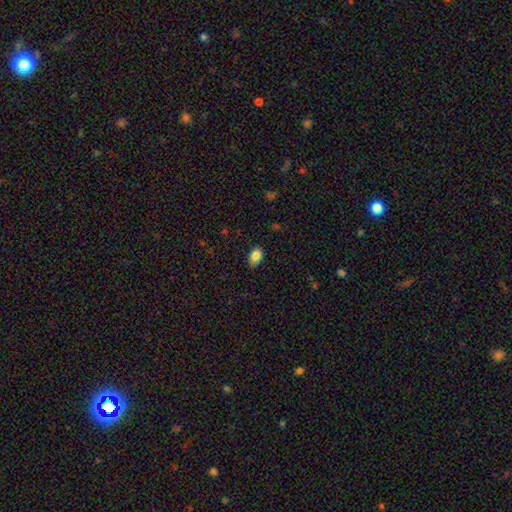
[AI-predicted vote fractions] smooth 86%, star or artifact 8%, featured or disk 6%. Down the decision tree: how rounded — in between (86%); merging — none (83%).